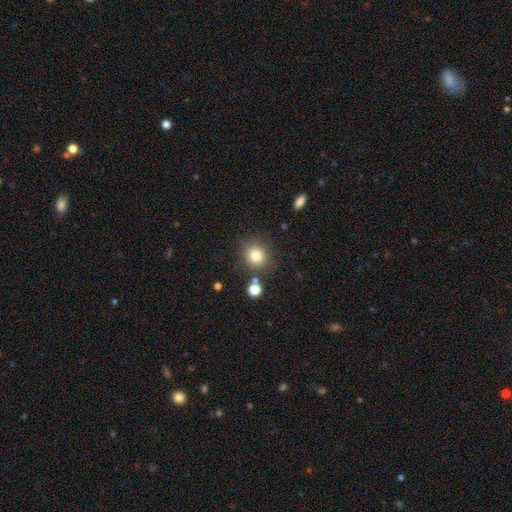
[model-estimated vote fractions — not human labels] Smooth or featured? smooth (81%)
How rounded? round (82%)
Merging? none (80%)